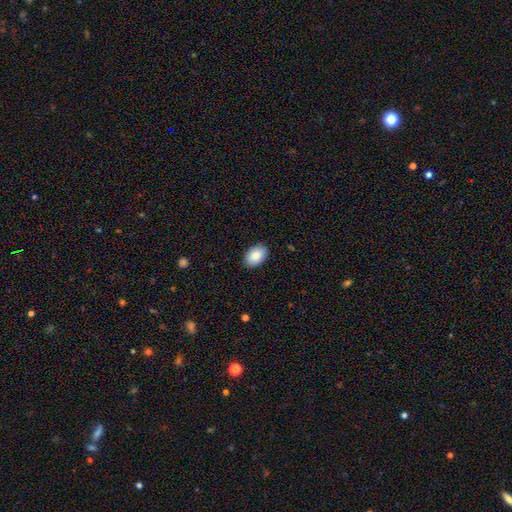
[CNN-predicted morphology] A smooth galaxy with no disk features (88%) that is in between round and cigar-shaped (91%).

Vote fractions:
- Smooth or featured? smooth: 88% / star or artifact: 6% / featured or disk: 5%
- How rounded? in between: 91% / round: 8% / cigar-shaped: 1%
- Merging? none: 89% / minor disturbance: 9% / major disturbance: 2% / merger: 1%